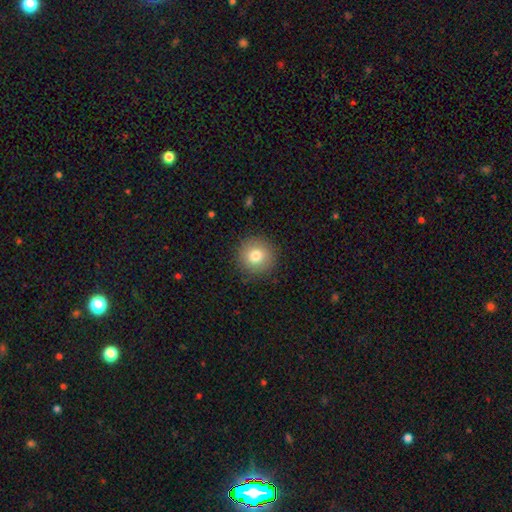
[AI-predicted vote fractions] Q: Smooth or featured?
A: smooth (79%); runner-up: star or artifact (10%)
Q: How rounded?
A: round (94%); runner-up: in between (5%)
Q: Merging?
A: none (90%); runner-up: minor disturbance (7%)